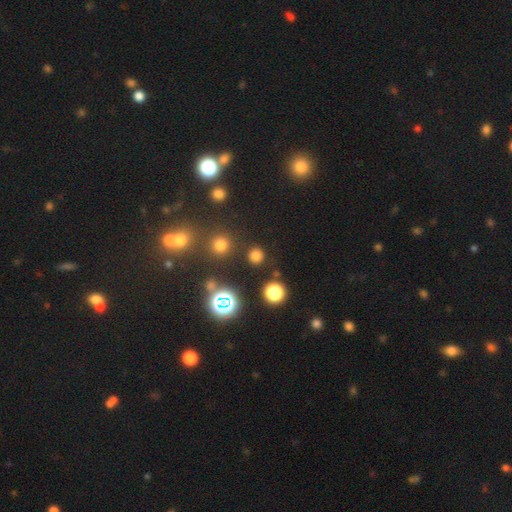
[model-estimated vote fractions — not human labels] smooth_or_featured: smooth (p=0.69) [alt: star or artifact p=0.26]
how_rounded: round (p=0.91) [alt: in between p=0.08]
merging: none (p=0.88) [alt: minor disturbance p=0.06]